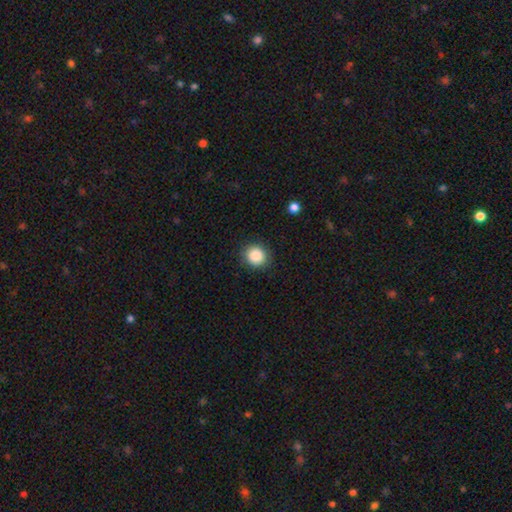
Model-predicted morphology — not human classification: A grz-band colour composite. It shows a smooth galaxy with no disk features (87%) that is round (85%). Merging: none (88%).